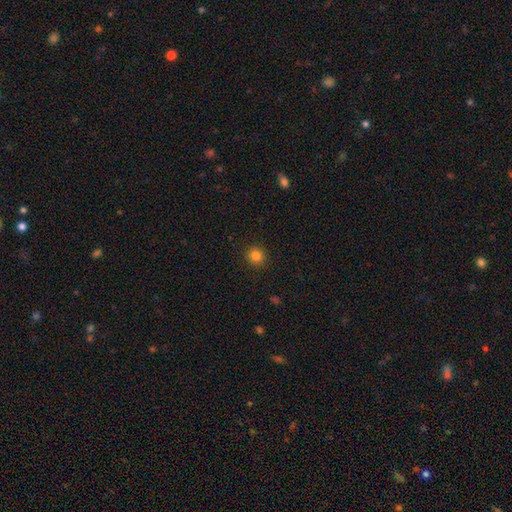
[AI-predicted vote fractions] smooth-or-featured: smooth: 83% | star or artifact: 12% | featured or disk: 4%
  how-rounded: round: 93% | in between: 6% | cigar-shaped: 1%
  merging: none: 92% | minor disturbance: 5% | major disturbance: 2% | merger: 1%